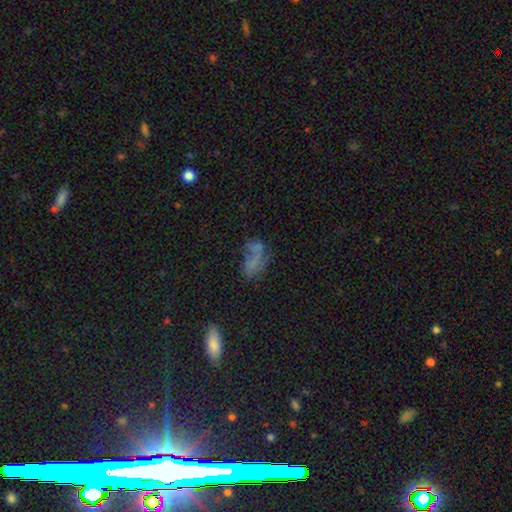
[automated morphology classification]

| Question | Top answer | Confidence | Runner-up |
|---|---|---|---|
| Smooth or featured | smooth | 46% | featured or disk (33%) |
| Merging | none | 38% | major disturbance (29%) |